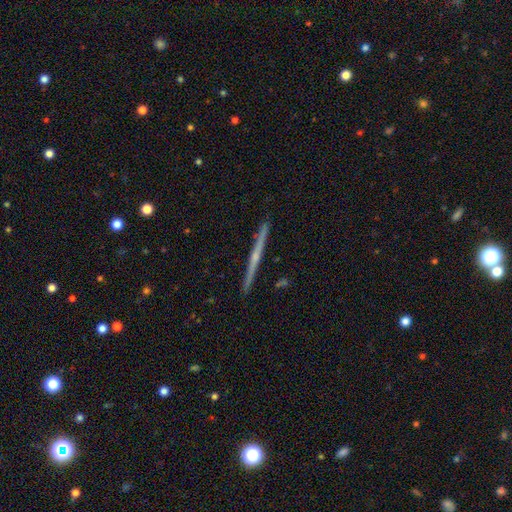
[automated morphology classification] Smooth or featured? featured or disk (76%)
Edge-on disk? yes (98%)
Edge-on bulge? rounded (57%)
Merging? none (93%)